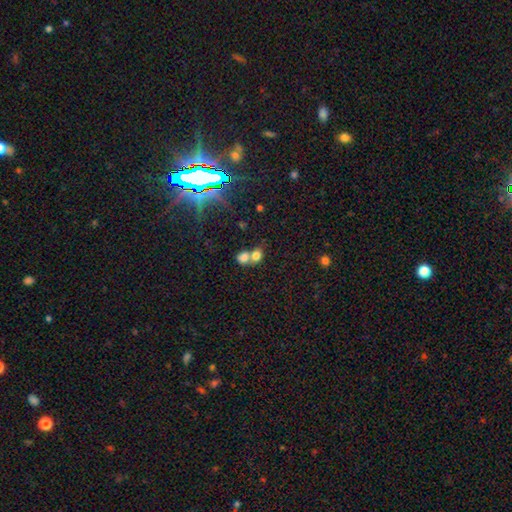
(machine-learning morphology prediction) smooth 74%, star or artifact 13%, featured or disk 12%. Down the decision tree: how rounded — round (57%); merging — merger (64%).